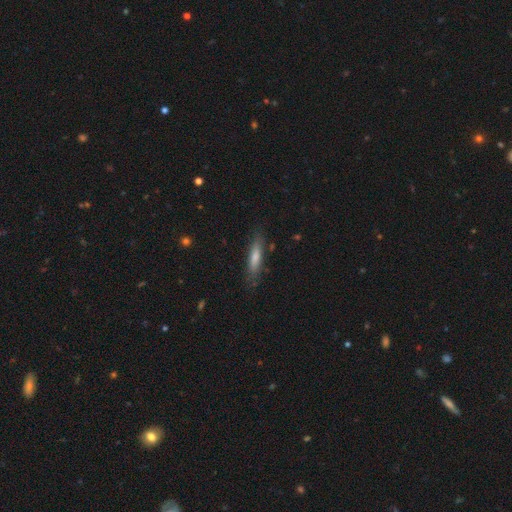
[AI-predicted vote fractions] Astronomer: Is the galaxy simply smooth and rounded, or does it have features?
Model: smooth — 56% (runner-up: featured or disk, 36%).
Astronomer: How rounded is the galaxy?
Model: cigar-shaped — 84%.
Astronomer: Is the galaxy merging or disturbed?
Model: none — 82%.